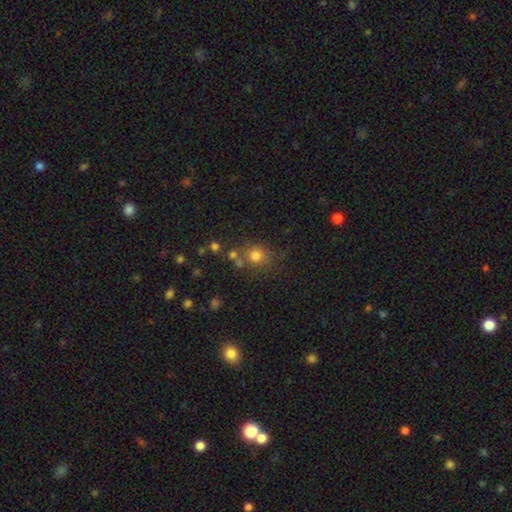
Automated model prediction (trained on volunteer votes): The model was most divided on "merging": none: 66%, merger: 14%, minor disturbance: 13%, major disturbance: 6%. More confident: how rounded — round (83%); smooth or featured — smooth (74%).